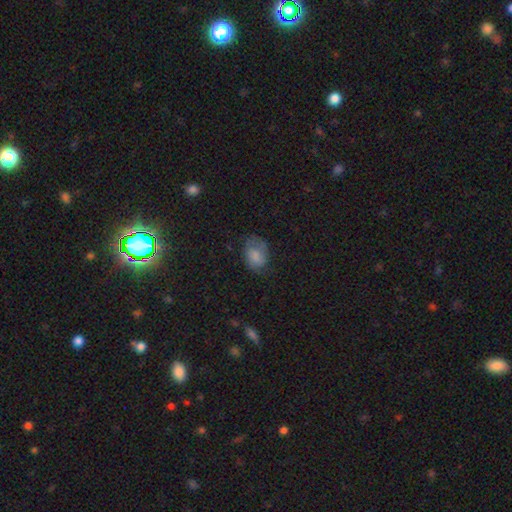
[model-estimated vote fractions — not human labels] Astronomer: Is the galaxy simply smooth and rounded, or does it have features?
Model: smooth — 68%.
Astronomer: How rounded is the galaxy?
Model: in between — 73%.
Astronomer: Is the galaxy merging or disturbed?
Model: none — 53% (runner-up: minor disturbance, 29%).